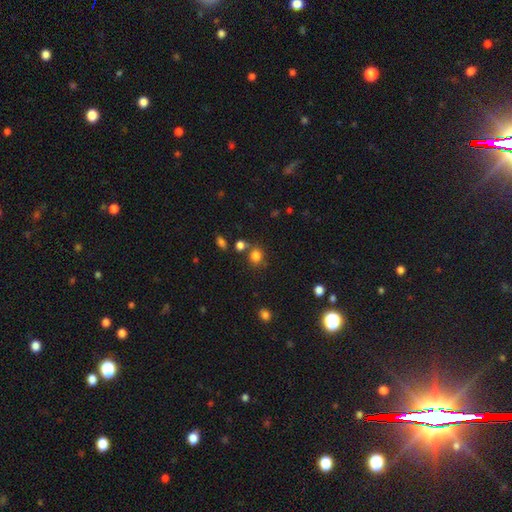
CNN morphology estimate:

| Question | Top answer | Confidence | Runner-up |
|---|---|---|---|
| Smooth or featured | smooth | 80% | star or artifact (14%) |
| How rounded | round | 73% | in between (26%) |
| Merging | none | 68% | merger (16%) |